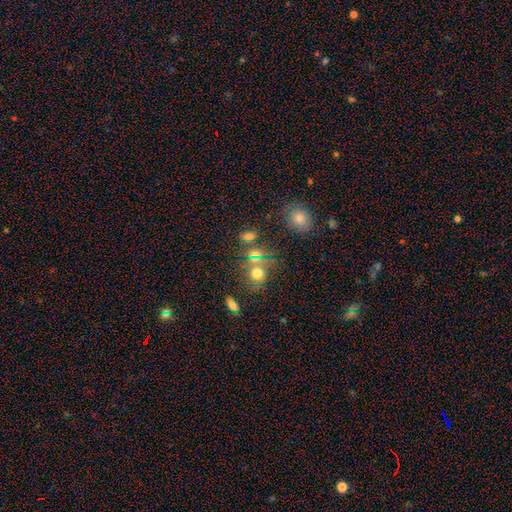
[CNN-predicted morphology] This appears to be a smooth galaxy with no disk features (52%) that is round (71%). Merging: none (57%).